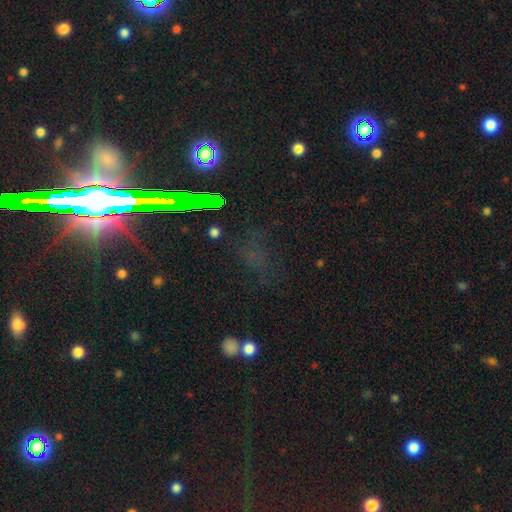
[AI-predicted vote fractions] Smooth or featured? star or artifact (71%)